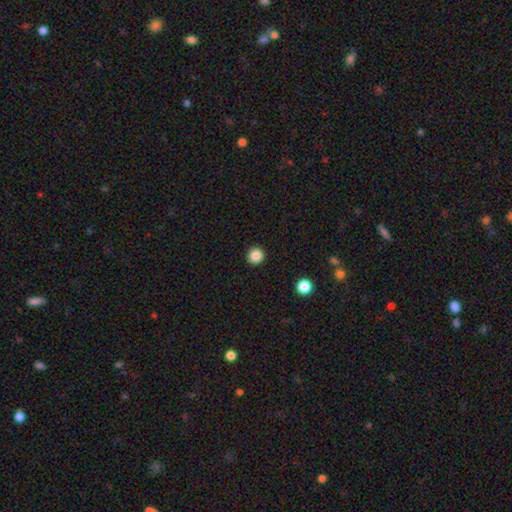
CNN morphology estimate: A smooth galaxy with no disk features (85%) that is round (95%).

Vote fractions:
- Smooth or featured? smooth: 85% / star or artifact: 11% / featured or disk: 4%
- How rounded? round: 95% / in between: 4% / cigar-shaped: 1%
- Merging? none: 93% / minor disturbance: 4% / major disturbance: 2% / merger: 1%